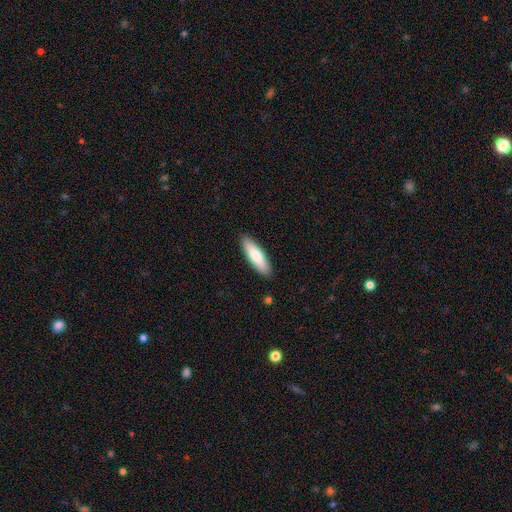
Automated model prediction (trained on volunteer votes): This is likely a smooth galaxy (77%). How rounded: possibly cigar-shaped (57%). Merging: clearly none (89%).